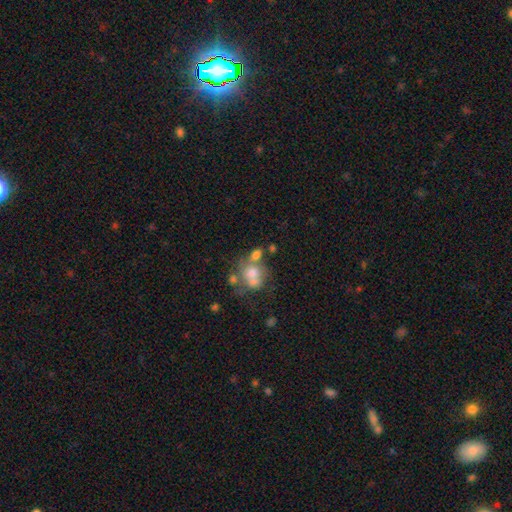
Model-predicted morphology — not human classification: A smooth galaxy with no disk features (60%) that is round (58%). Merging: merger (43%).